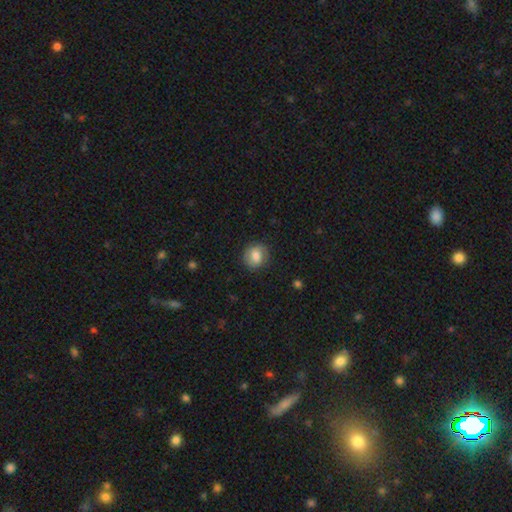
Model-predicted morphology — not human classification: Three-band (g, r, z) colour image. It shows a smooth galaxy with no disk features (78%) that is round (79%). Merging: none (83%).